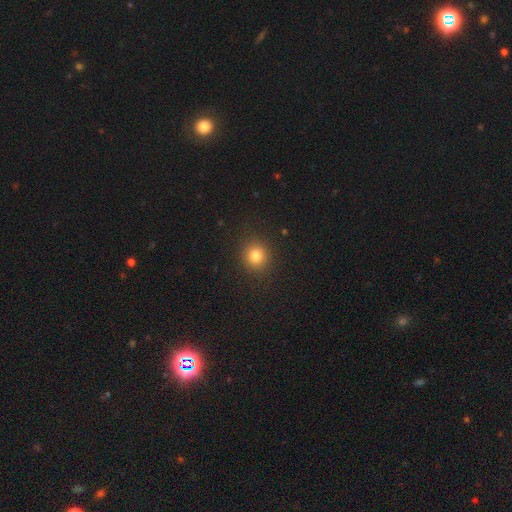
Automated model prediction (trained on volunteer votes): Smooth or featured? smooth (81%)
How rounded? round (87%)
Merging? none (90%)